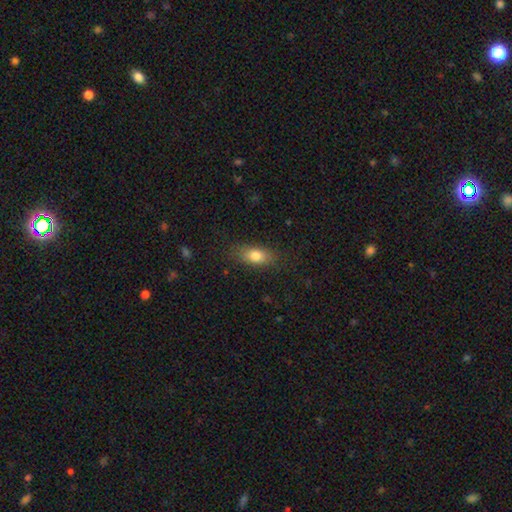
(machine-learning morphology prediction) smooth-or-featured: smooth: 79% | featured or disk: 12% | star or artifact: 9%
  how-rounded: in between: 81% | cigar-shaped: 10% | round: 9%
  merging: none: 80% | minor disturbance: 14% | major disturbance: 5% | merger: 1%